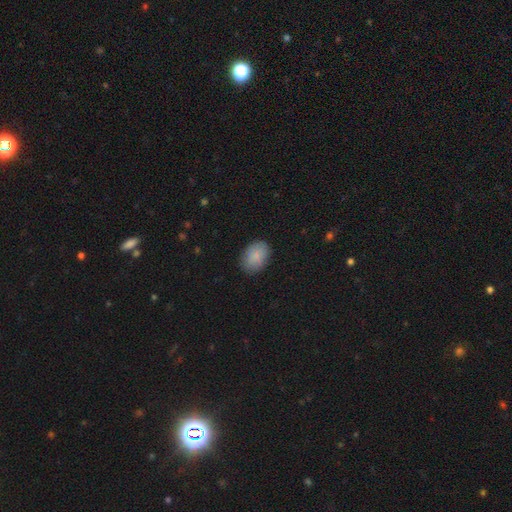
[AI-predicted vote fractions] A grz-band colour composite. It shows a smooth galaxy with no disk features (84%) that is in between round and cigar-shaped (82%). Merging: none (83%).